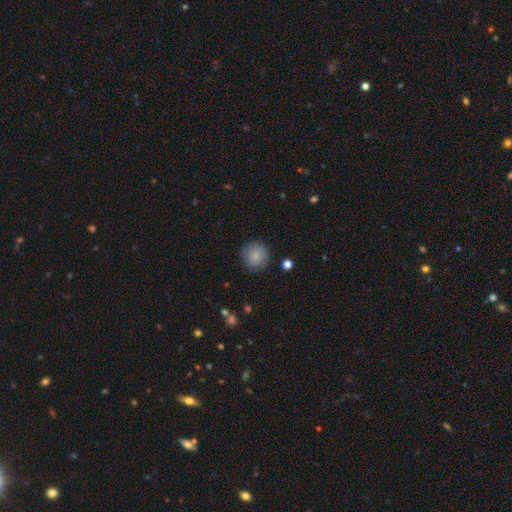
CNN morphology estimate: smooth 84%, star or artifact 8%, featured or disk 8%. Down the decision tree: how rounded — round (91%); merging — none (84%).